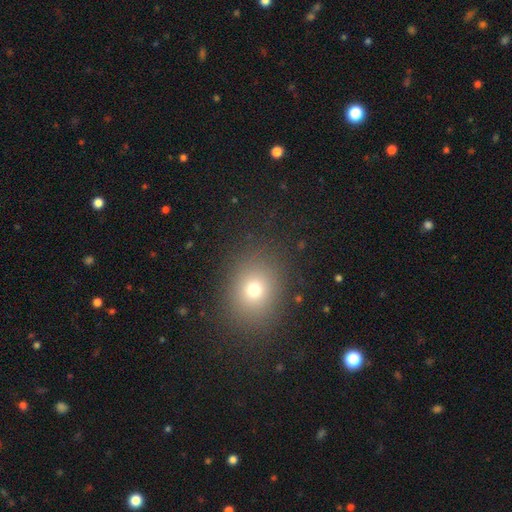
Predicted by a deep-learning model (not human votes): Morphology: type=smooth (66%); roundness=round (61%); merging=none (89%).